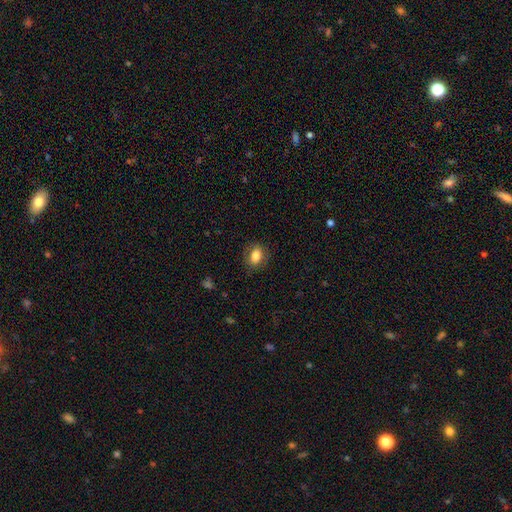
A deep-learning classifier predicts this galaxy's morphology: Smooth or featured?
  - smooth: 80% *
  - featured or disk: 12%
  - star or artifact: 9%
How rounded?
  - in between: 64% *
  - round: 35%
  - cigar-shaped: 1%
Merging?
  - none: 82% *
  - minor disturbance: 13%
  - major disturbance: 4%
  - merger: 1%